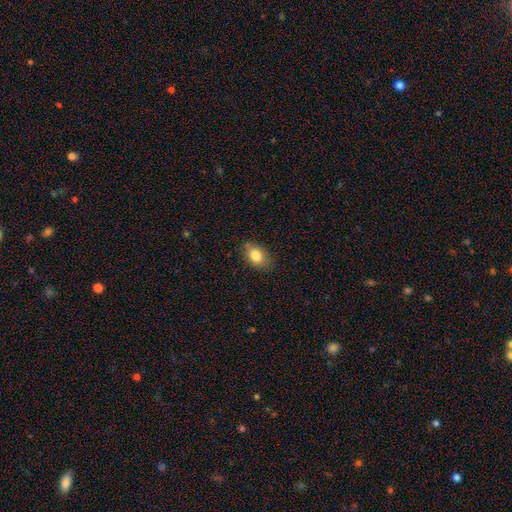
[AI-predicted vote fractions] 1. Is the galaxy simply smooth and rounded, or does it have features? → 83% smooth, 9% featured or disk, 8% star or artifact.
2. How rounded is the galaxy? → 80% in between, 18% round, 1% cigar-shaped.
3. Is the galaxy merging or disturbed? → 79% none, 16% minor disturbance, 3% major disturbance, 1% merger.